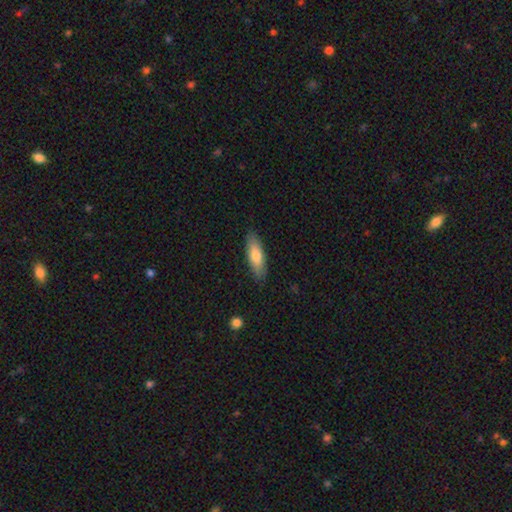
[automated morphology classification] A smooth galaxy with no disk features (73%) that is in between round and cigar-shaped (50%). Merging: none (86%).